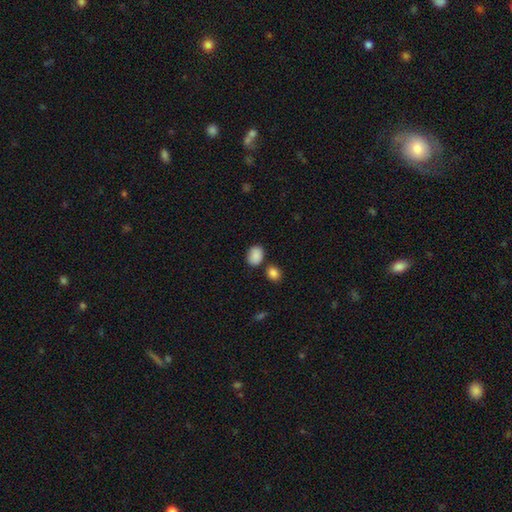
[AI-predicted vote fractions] Smooth or featured: smooth — 87% (star or artifact — 8%)
How rounded: in between — 64% (round — 35%)
Merging: none — 72% (minor disturbance — 15%)